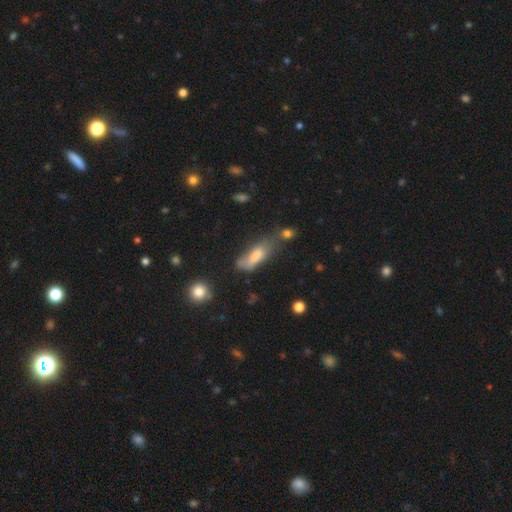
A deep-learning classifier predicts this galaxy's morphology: smooth_or_featured: smooth (p=0.65) [alt: featured or disk p=0.24]
how_rounded: in between (p=0.62) [alt: cigar-shaped p=0.34]
merging: none (p=0.34) [alt: minor disturbance p=0.29]